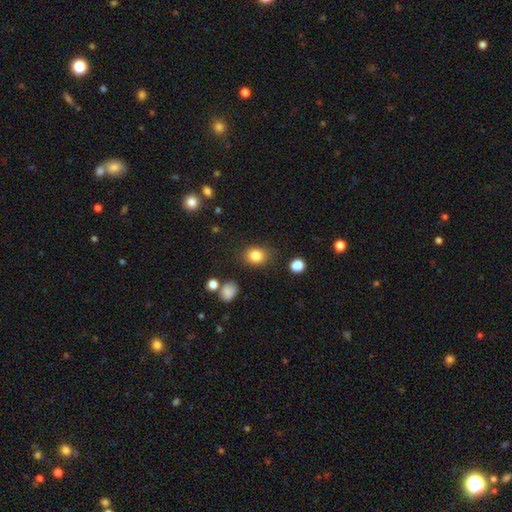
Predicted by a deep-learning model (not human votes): A smooth galaxy with no disk features (84%) that is round (55%).

Vote fractions:
- Smooth or featured? smooth: 84% / star or artifact: 10% / featured or disk: 6%
- How rounded? round: 55% / in between: 44% / cigar-shaped: 1%
- Merging? none: 83% / minor disturbance: 12% / major disturbance: 3% / merger: 2%